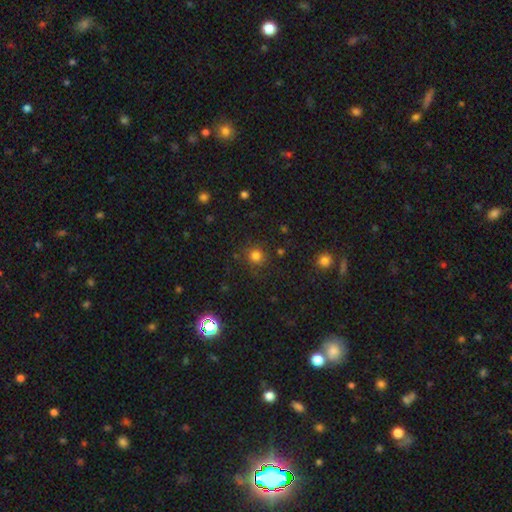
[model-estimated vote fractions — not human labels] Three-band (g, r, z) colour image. It shows a smooth galaxy with no disk features (79%) that is round (93%). Merging: none (87%).